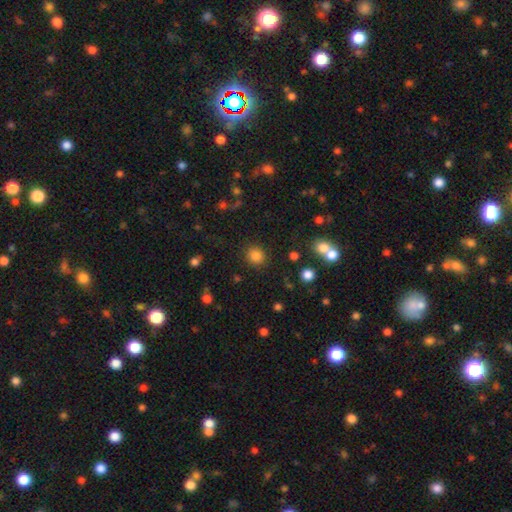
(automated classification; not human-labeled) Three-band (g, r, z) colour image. It shows a smooth galaxy with no disk features (83%) that is round (88%). Merging: none (88%).